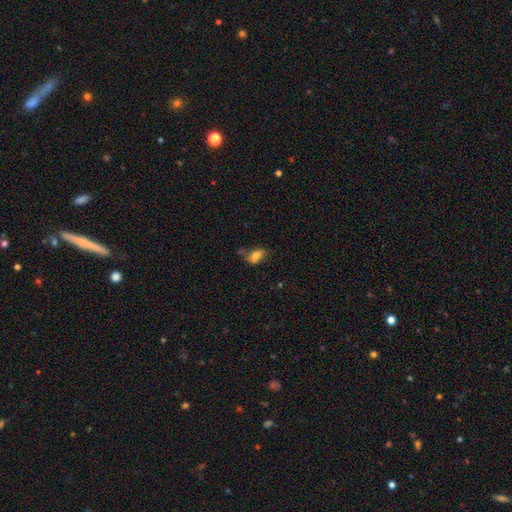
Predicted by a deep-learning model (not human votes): This appears to be a smooth galaxy with no disk features (72%) that is in between round and cigar-shaped (85%). Merging: none (48%).